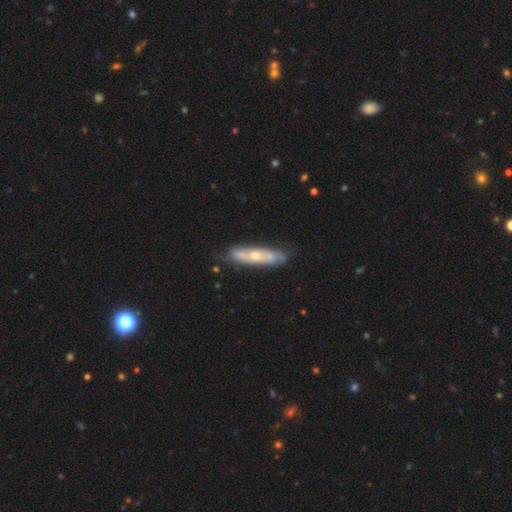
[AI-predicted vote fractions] featured or disk 61%, smooth 33%, star or artifact 6%. Down the decision tree: edge-on disk — no (55%); merging — none (76%).